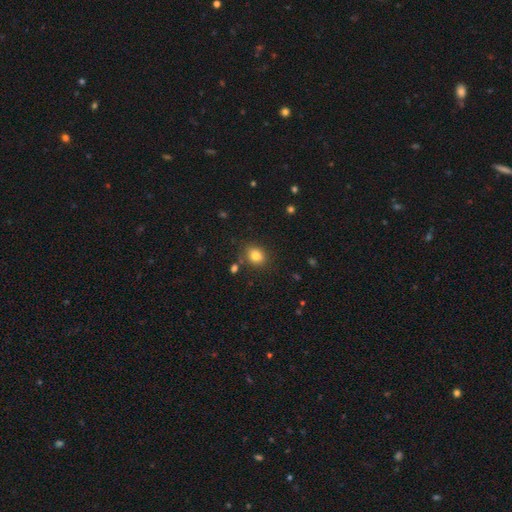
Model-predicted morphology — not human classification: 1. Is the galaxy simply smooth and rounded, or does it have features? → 83% smooth, 11% star or artifact, 6% featured or disk.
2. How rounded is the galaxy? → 56% round, 44% in between, 1% cigar-shaped.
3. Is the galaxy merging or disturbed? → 82% none, 11% minor disturbance, 5% merger, 3% major disturbance.